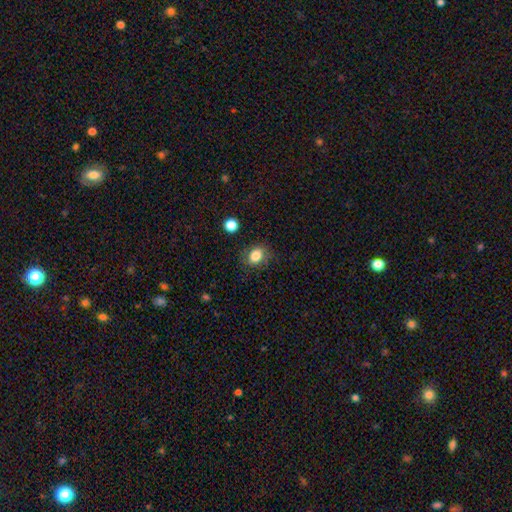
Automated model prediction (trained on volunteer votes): Smooth or featured: smooth — 82% (star or artifact — 10%)
How rounded: in between — 58% (round — 41%)
Merging: none — 78% (minor disturbance — 15%)